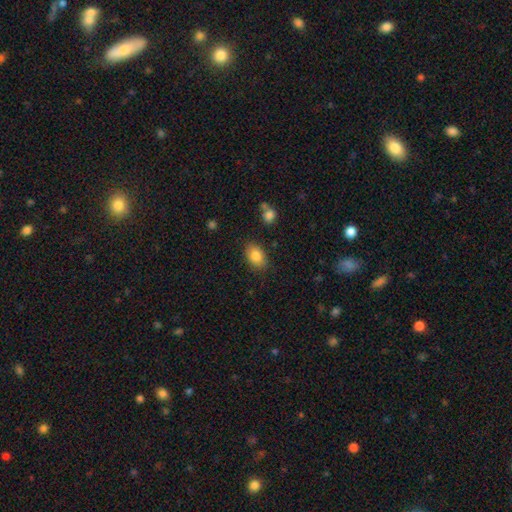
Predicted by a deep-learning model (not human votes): Smooth or featured?
  - smooth: 85% *
  - star or artifact: 8%
  - featured or disk: 7%
How rounded?
  - in between: 84% *
  - round: 14%
  - cigar-shaped: 1%
Merging?
  - none: 83% *
  - minor disturbance: 12%
  - major disturbance: 3%
  - merger: 2%